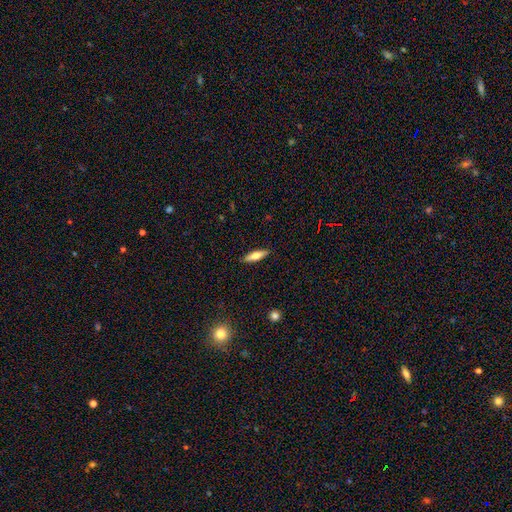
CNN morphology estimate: Smooth or featured? Predicted: smooth (p=0.63). How rounded? Predicted: cigar-shaped (p=0.64). Merging? Predicted: none (p=0.89).